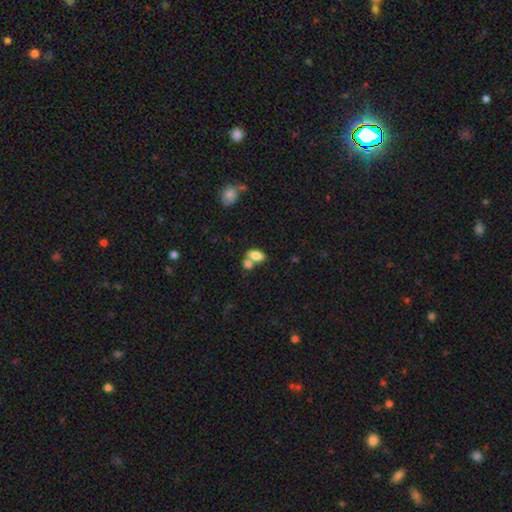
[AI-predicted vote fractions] Morphology: type=smooth (80%); roundness=in between (88%); merging=merger (44%).